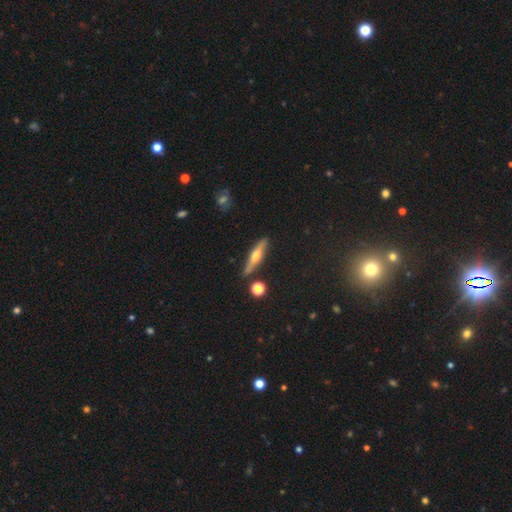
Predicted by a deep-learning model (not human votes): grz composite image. It shows a featured or disk galaxy (56%) viewed edge-on (92%) with a rounded central bulge (89%). Merging: none (83%).